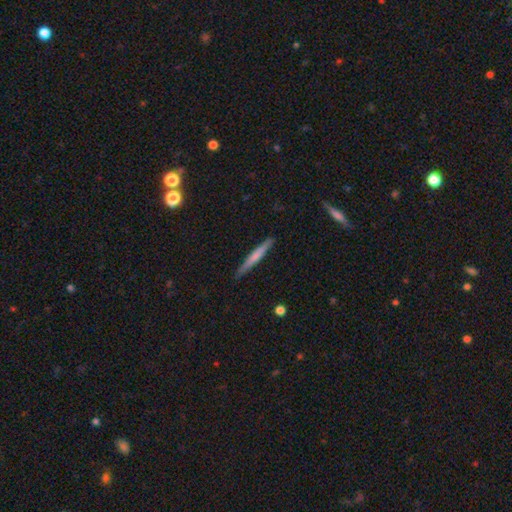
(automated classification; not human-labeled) smooth 56%, featured or disk 38%, star or artifact 6%. Down the decision tree: how rounded — cigar-shaped (96%); merging — none (87%).